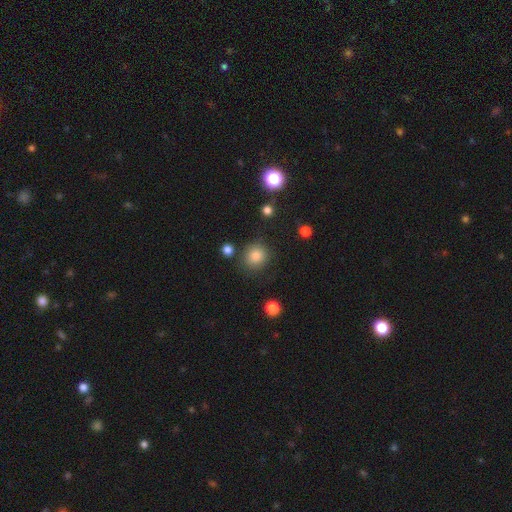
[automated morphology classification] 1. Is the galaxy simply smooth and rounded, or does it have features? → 83% smooth, 12% star or artifact, 6% featured or disk.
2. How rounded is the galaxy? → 88% round, 11% in between, 1% cigar-shaped.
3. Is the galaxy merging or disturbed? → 82% none, 10% minor disturbance, 4% merger, 4% major disturbance.